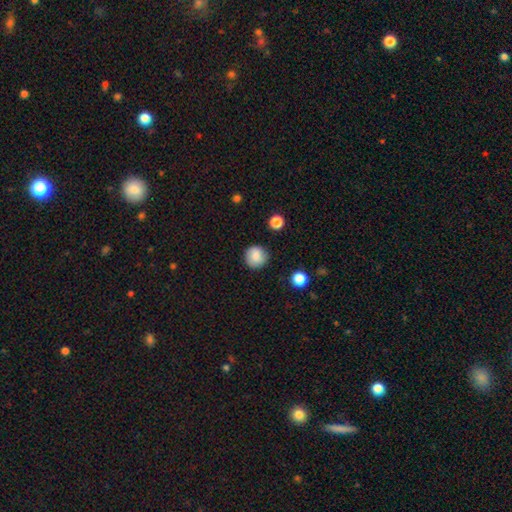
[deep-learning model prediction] Smooth or featured? Predicted: smooth (p=0.83). How rounded? Predicted: round (p=0.93). Merging? Predicted: none (p=0.84).